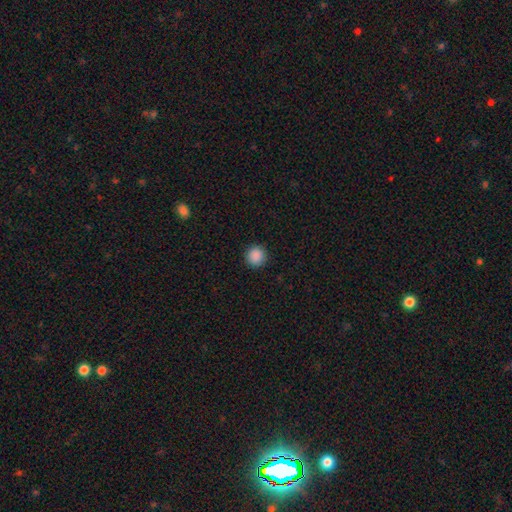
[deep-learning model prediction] The model was most divided on "smooth or featured": smooth: 88%, star or artifact: 9%, featured or disk: 2%. More confident: how rounded — round (94%); merging — none (91%).